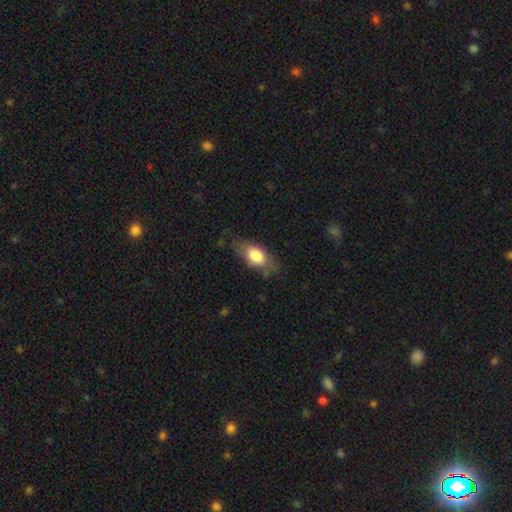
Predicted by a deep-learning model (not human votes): Q: Smooth or featured?
A: smooth (75%); runner-up: featured or disk (18%)
Q: How rounded?
A: in between (86%); runner-up: cigar-shaped (7%)
Q: Merging?
A: none (66%); runner-up: minor disturbance (24%)